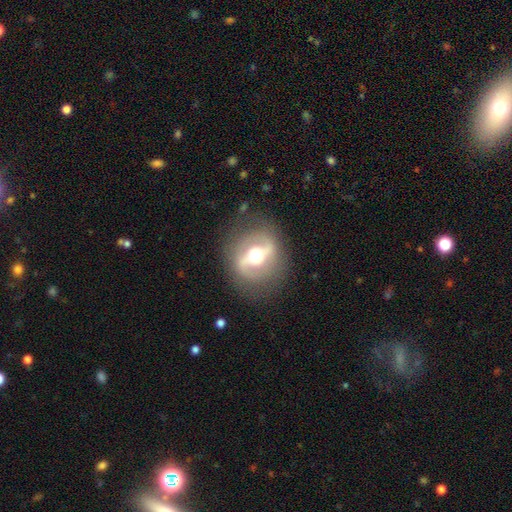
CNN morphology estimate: This appears to be a featured or disk galaxy (76%) with a strong bar (64%), spiral arms (51%) and a moderate central bulge (65%). Merging: none (81%).